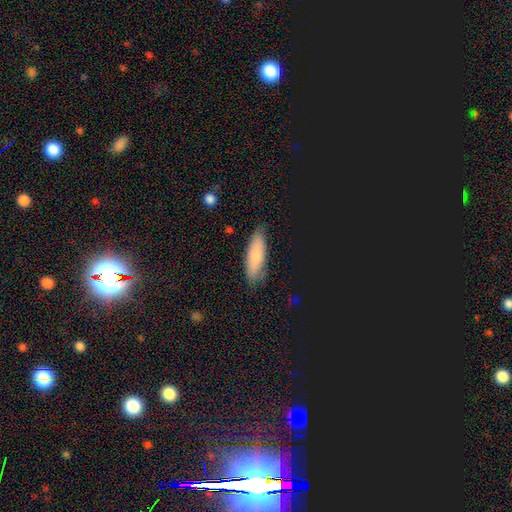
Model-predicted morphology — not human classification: Smooth or featured: smooth — 79% (featured or disk — 13%)
How rounded: in between — 54% (cigar-shaped — 44%)
Merging: none — 81% (minor disturbance — 15%)